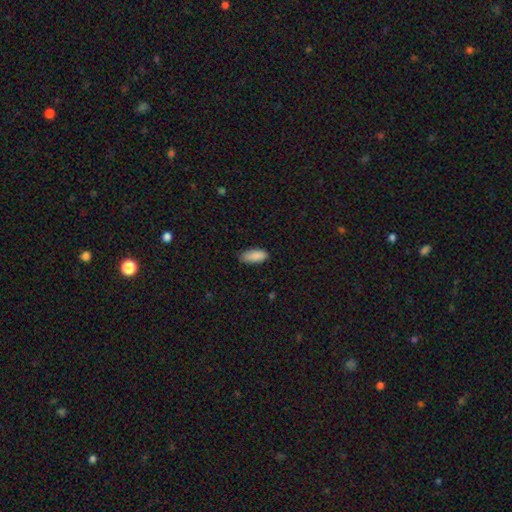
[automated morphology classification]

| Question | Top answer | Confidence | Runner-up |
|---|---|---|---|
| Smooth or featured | smooth | 89% | star or artifact (7%) |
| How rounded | in between | 84% | cigar-shaped (14%) |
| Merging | none | 78% | minor disturbance (19%) |